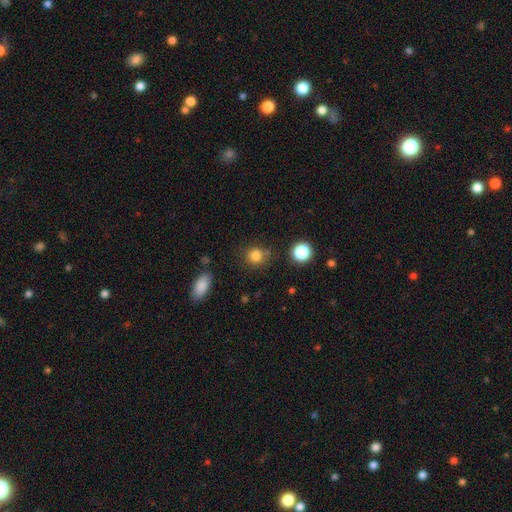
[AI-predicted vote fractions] smooth_or_featured: smooth (p=0.82) [alt: star or artifact p=0.13]
how_rounded: round (p=0.86) [alt: in between p=0.13]
merging: none (p=0.78) [alt: minor disturbance p=0.13]